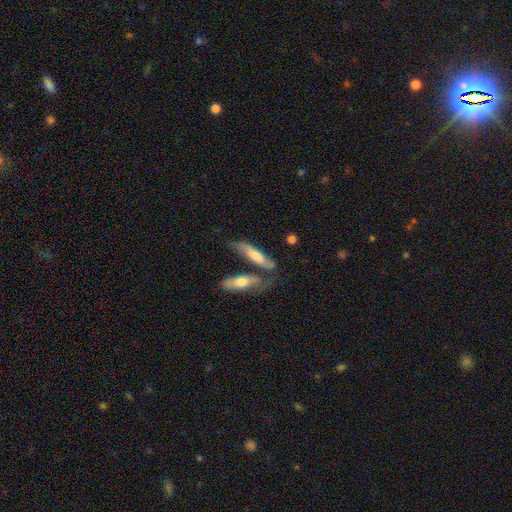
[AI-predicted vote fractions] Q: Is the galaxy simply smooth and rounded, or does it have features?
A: smooth — 51%.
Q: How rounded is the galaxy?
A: cigar-shaped — 65%.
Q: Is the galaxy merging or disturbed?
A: none — 44%.